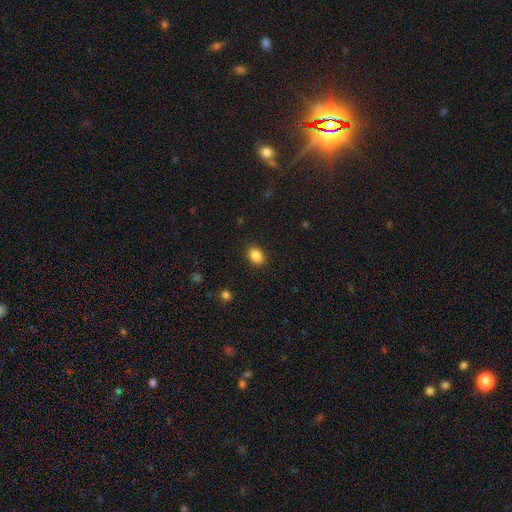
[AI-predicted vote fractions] A smooth galaxy with no disk features (87%) that is in between round and cigar-shaped (68%). Merging: none (88%).